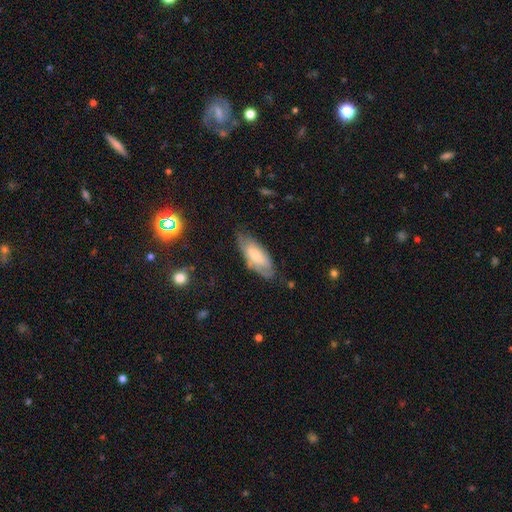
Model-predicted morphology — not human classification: Smooth or featured: smooth — 55% (featured or disk — 39%)
How rounded: in between — 80% (cigar-shaped — 18%)
Merging: none — 61% (minor disturbance — 29%)